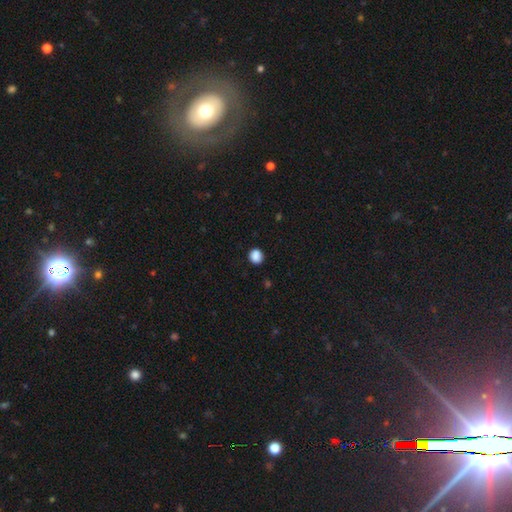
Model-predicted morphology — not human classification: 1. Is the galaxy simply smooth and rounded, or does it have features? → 88% smooth, 10% star or artifact, 3% featured or disk.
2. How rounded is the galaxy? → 75% round, 24% in between, 1% cigar-shaped.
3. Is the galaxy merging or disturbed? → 88% none, 9% minor disturbance, 2% major disturbance, 1% merger.